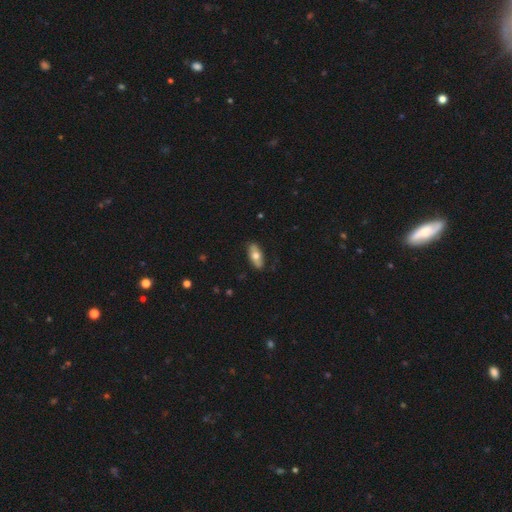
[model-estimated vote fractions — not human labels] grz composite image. It shows a smooth galaxy with no disk features (60%) that is in between round and cigar-shaped (80%). Merging: none (85%).